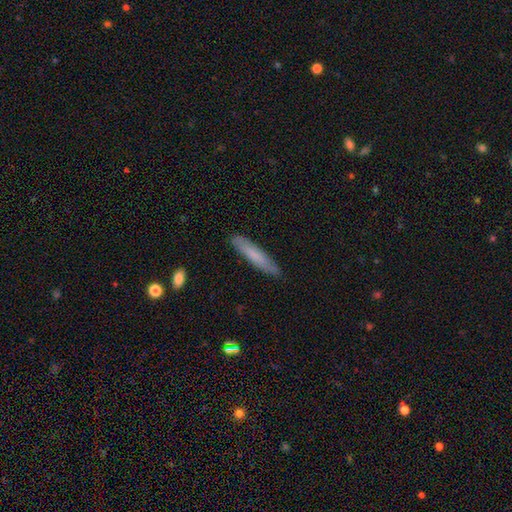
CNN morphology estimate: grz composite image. It shows a smooth galaxy with no disk features (73%) that is cigar-shaped (88%). Merging: none (86%).